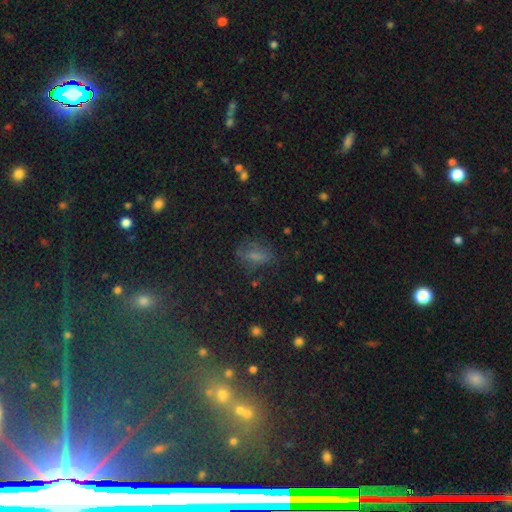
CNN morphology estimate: Smooth or featured?
  - smooth: 53% *
  - star or artifact: 28%
  - featured or disk: 20%
How rounded?
  - in between: 74% *
  - round: 16%
  - cigar-shaped: 10%
Merging?
  - none: 60% *
  - minor disturbance: 22%
  - major disturbance: 16%
  - merger: 3%